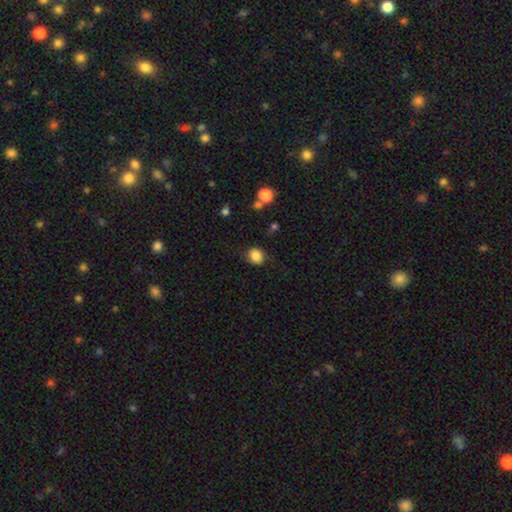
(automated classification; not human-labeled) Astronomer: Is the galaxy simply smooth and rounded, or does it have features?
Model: smooth — 86%.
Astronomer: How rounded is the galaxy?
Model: round — 69%.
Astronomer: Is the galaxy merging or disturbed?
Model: none — 81%.